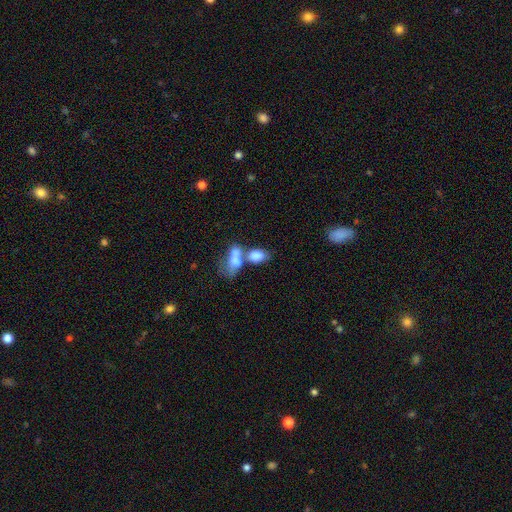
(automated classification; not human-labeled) smooth_or_featured: smooth (p=0.74) [alt: featured or disk p=0.17]
how_rounded: in between (p=0.87) [alt: round p=0.10]
merging: merger (p=0.69) [alt: none p=0.17]